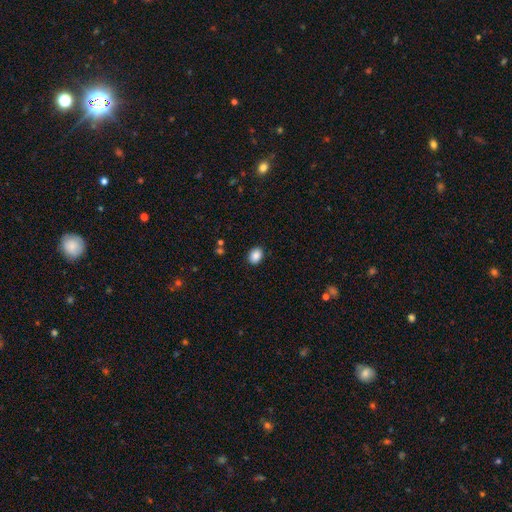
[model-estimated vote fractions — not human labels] smooth_or_featured: smooth (p=0.88) [alt: star or artifact p=0.09]
how_rounded: in between (p=0.63) [alt: round p=0.36]
merging: none (p=0.89) [alt: minor disturbance p=0.08]